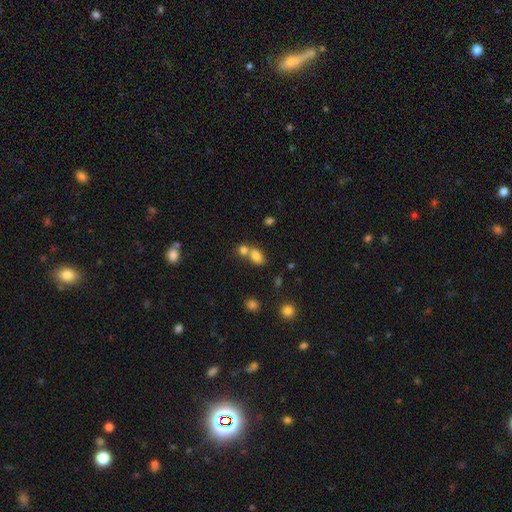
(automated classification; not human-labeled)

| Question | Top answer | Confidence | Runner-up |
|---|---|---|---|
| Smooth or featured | smooth | 79% | star or artifact (12%) |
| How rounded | in between | 76% | round (22%) |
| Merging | merger | 50% | none (38%) |